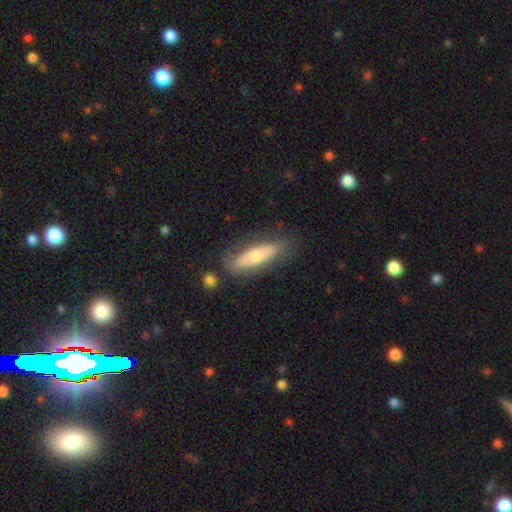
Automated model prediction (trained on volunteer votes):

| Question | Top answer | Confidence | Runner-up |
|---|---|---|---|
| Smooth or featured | smooth | 55% | featured or disk (39%) |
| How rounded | cigar-shaped | 56% | in between (42%) |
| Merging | none | 72% | minor disturbance (18%) |